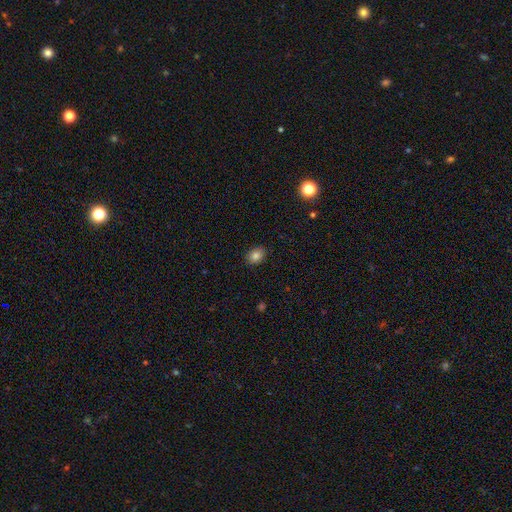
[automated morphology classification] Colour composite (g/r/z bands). It shows a smooth galaxy with no disk features (84%) that is in between round and cigar-shaped (67%). Merging: none (89%).